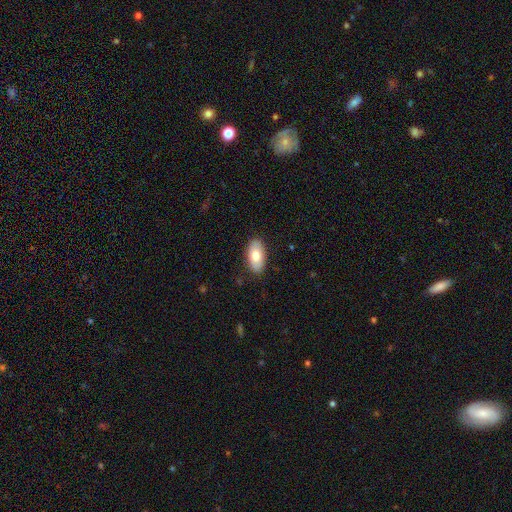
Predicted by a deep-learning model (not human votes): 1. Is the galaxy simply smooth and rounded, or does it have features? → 75% smooth, 19% featured or disk, 6% star or artifact.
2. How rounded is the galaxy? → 93% in between, 3% cigar-shaped, 3% round.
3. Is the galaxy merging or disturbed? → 87% none, 10% minor disturbance, 2% major disturbance, 1% merger.